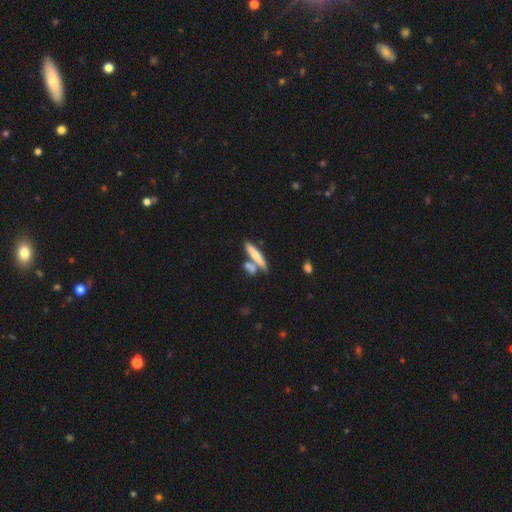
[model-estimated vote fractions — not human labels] smooth_or_featured: smooth (p=0.56) [alt: featured or disk p=0.37]
how_rounded: cigar-shaped (p=0.81) [alt: in between p=0.16]
merging: none (p=0.58) [alt: merger p=0.28]